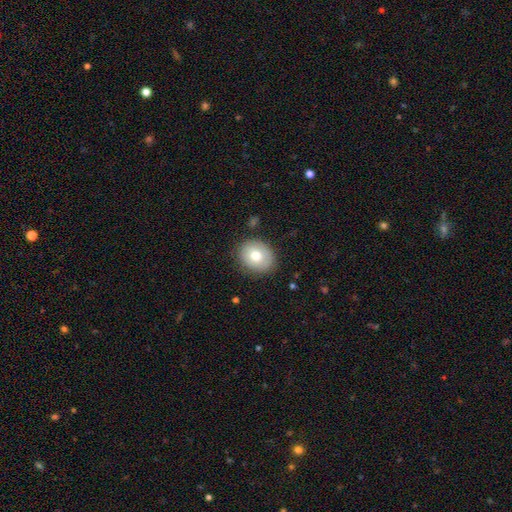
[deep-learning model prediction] This appears to be a smooth galaxy with no disk features (73%) that is round (59%). Merging: none (83%).